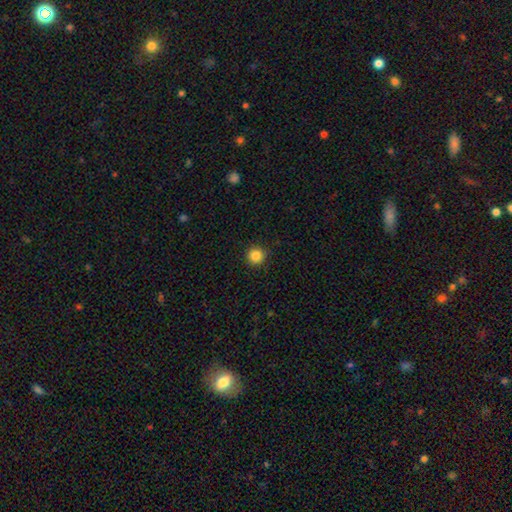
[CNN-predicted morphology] Overall: smooth (85%). How rounded: round (95%). Merging: none (92%).